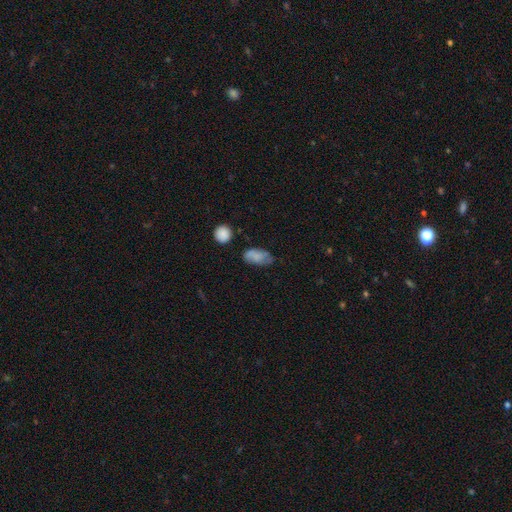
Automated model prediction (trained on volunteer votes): A smooth galaxy with no disk features (77%) that is in between round and cigar-shaped (91%).

Vote fractions:
- Smooth or featured? smooth: 77% / featured or disk: 15% / star or artifact: 8%
- How rounded? in between: 91% / round: 5% / cigar-shaped: 4%
- Merging? none: 56% / minor disturbance: 30% / major disturbance: 9% / merger: 5%